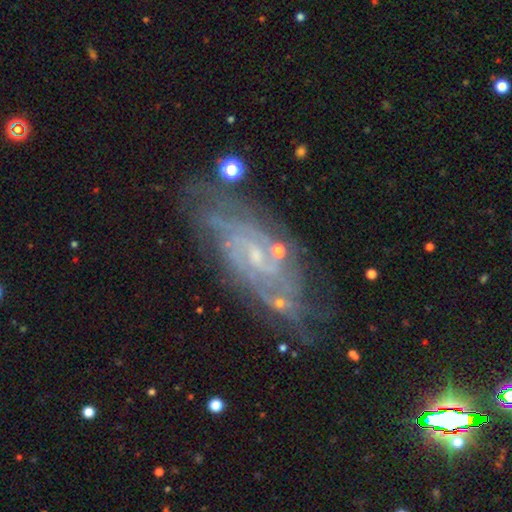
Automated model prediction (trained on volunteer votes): Smooth or featured?
  - featured or disk: 77% *
  - smooth: 11%
  - star or artifact: 11%
Edge-on disk?
  - no: 90% *
  - yes: 10%
Bar?
  - no: 52% *
  - weak: 38%
  - strong: 10%
Spiral arms?
  - yes: 89% *
  - no: 11%
Spiral winding?
  - tight: 56% *
  - medium: 34%
  - loose: 11%
Spiral arm count?
  - can't tell: 45% *
  - 2: 26%
  - 3: 11%
  - 4: 8%
  - more than 4: 6%
  - 1: 5%
Bulge size?
  - small: 73% *
  - moderate: 13%
  - none: 12%
  - large: 1%
  - dominant: 1%
Merging?
  - none: 70% *
  - minor disturbance: 18%
  - major disturbance: 8%
  - merger: 4%